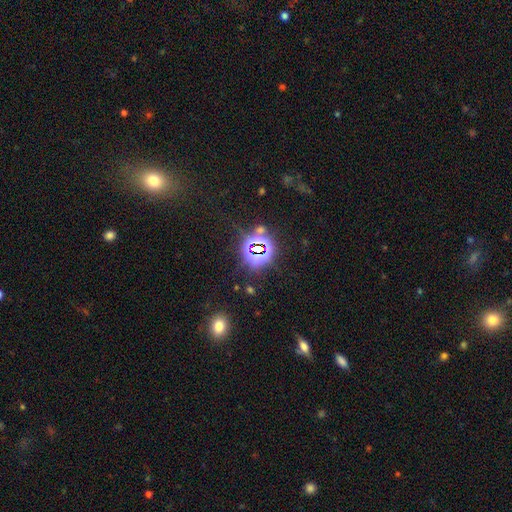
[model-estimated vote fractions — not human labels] A star or artifact, not a galaxy (77%).

Vote fractions:
- Smooth or featured? star or artifact: 77% / smooth: 13% / featured or disk: 10%